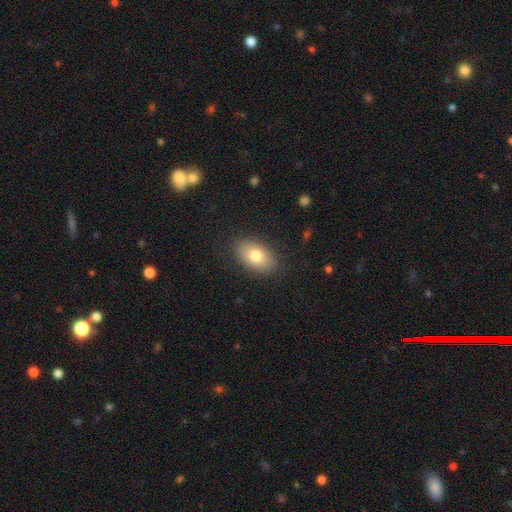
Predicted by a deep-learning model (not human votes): smooth-or-featured: smooth: 78% | featured or disk: 14% | star or artifact: 8%
  how-rounded: in between: 91% | round: 7% | cigar-shaped: 2%
  merging: none: 86% | minor disturbance: 10% | major disturbance: 3% | merger: 1%